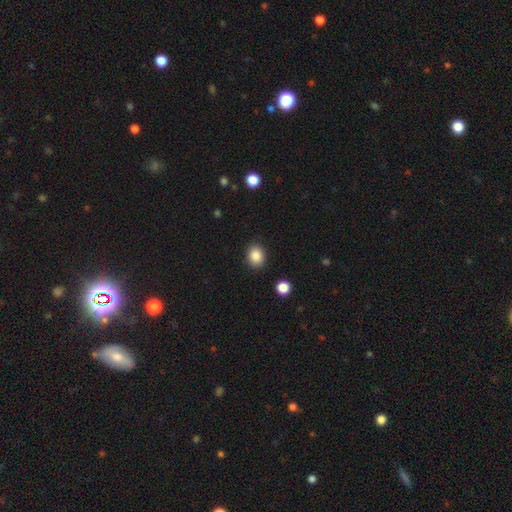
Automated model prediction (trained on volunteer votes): A smooth galaxy with no disk features (87%) that is round (52%).

Vote fractions:
- Smooth or featured? smooth: 87% / star or artifact: 9% / featured or disk: 4%
- How rounded? round: 52% / in between: 48% / cigar-shaped: 1%
- Merging? none: 88% / minor disturbance: 8% / major disturbance: 2% / merger: 2%